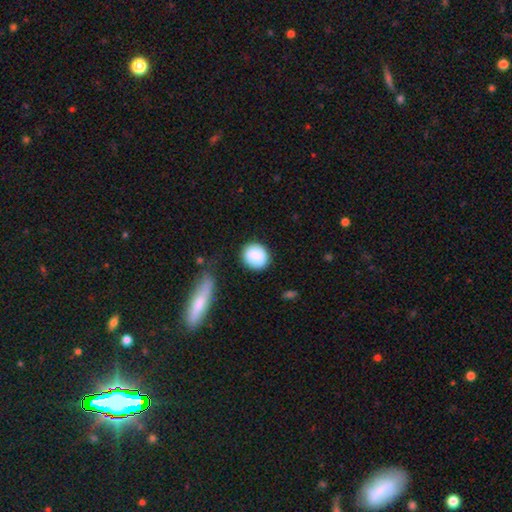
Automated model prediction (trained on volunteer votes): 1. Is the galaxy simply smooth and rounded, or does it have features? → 86% smooth, 7% star or artifact, 7% featured or disk.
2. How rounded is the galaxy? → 73% round, 26% in between, 1% cigar-shaped.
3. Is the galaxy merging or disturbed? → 78% none, 14% minor disturbance, 4% major disturbance, 4% merger.